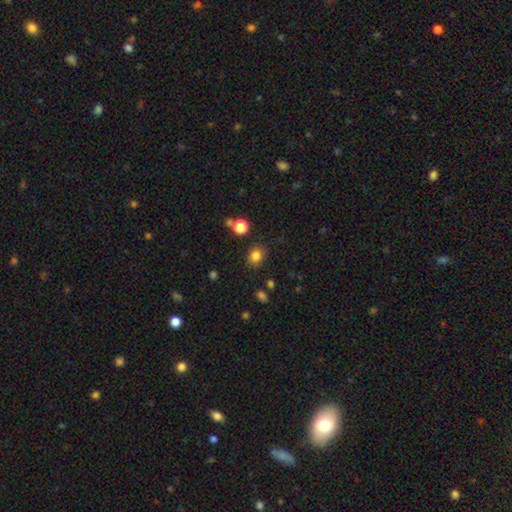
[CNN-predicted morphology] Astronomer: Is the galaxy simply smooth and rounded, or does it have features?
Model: smooth — 82%.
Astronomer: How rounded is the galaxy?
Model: round — 67%.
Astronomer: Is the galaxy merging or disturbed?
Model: none — 83%.